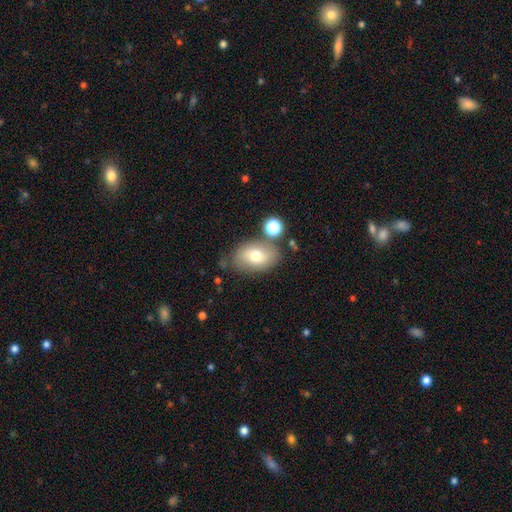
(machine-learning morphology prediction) Smooth or featured?
  - smooth: 68% *
  - featured or disk: 23%
  - star or artifact: 9%
How rounded?
  - in between: 84% *
  - round: 15%
  - cigar-shaped: 1%
Merging?
  - none: 67% *
  - minor disturbance: 18%
  - merger: 9%
  - major disturbance: 6%